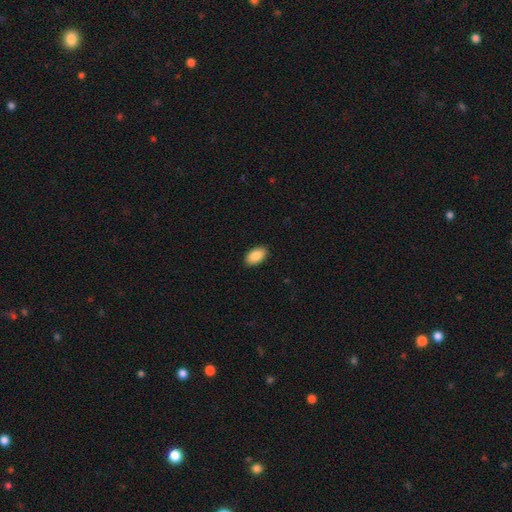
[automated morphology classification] type=smooth (89%); roundness=in between (95%); merging=none (90%).